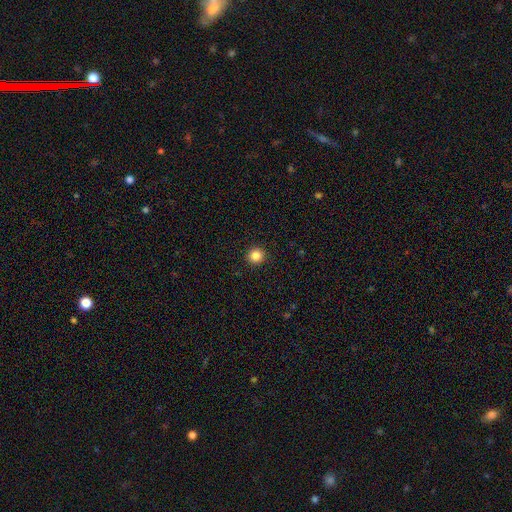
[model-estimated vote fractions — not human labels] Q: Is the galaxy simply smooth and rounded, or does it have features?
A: smooth — 85%.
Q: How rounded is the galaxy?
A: round — 94%.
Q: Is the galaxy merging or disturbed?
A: none — 93%.